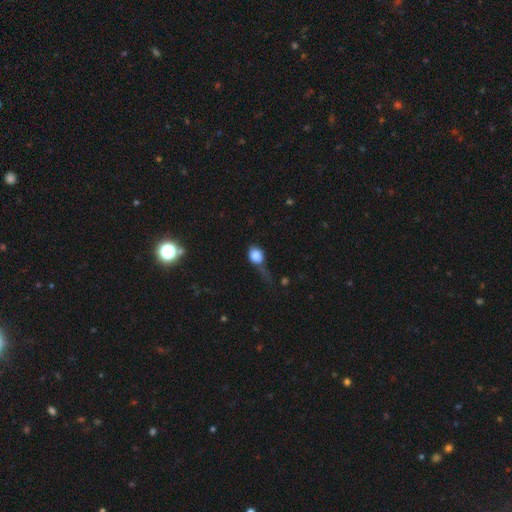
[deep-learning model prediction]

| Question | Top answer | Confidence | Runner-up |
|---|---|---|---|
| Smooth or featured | smooth | 81% | star or artifact (10%) |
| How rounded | round | 56% | in between (42%) |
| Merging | major disturbance | 32% | minor disturbance (31%) |